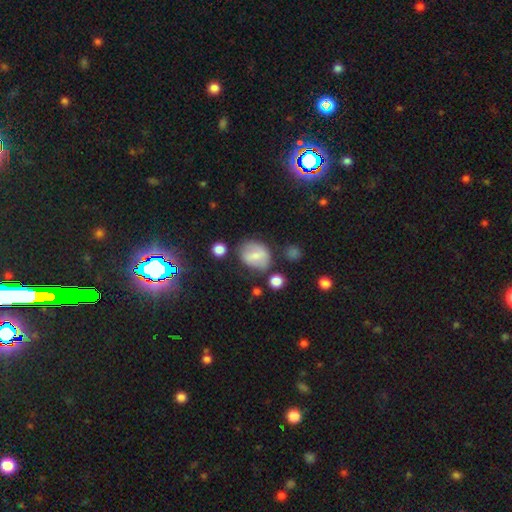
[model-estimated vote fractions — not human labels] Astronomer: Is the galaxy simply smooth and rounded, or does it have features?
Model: smooth — 61%.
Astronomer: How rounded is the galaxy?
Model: in between — 51% (runner-up: round, 48%).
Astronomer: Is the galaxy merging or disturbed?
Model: none — 67%.